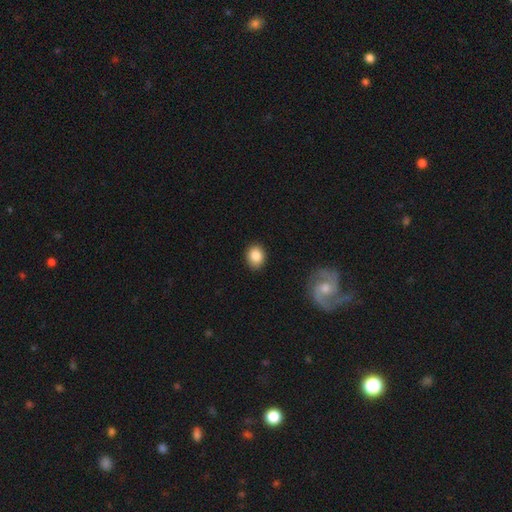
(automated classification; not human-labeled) Smooth or featured?
  - smooth: 85% *
  - star or artifact: 8%
  - featured or disk: 6%
How rounded?
  - round: 56% *
  - in between: 43%
  - cigar-shaped: 1%
Merging?
  - none: 88% *
  - minor disturbance: 9%
  - major disturbance: 2%
  - merger: 1%